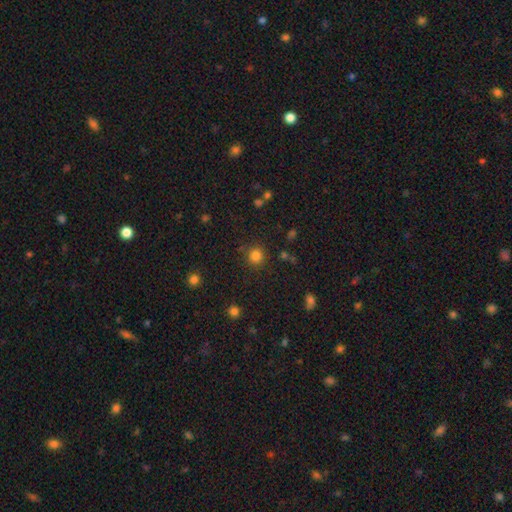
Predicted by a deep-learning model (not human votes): Smooth or featured?
  - smooth: 82% *
  - star or artifact: 14%
  - featured or disk: 4%
How rounded?
  - round: 92% *
  - in between: 7%
  - cigar-shaped: 1%
Merging?
  - none: 87% *
  - minor disturbance: 7%
  - major disturbance: 3%
  - merger: 3%